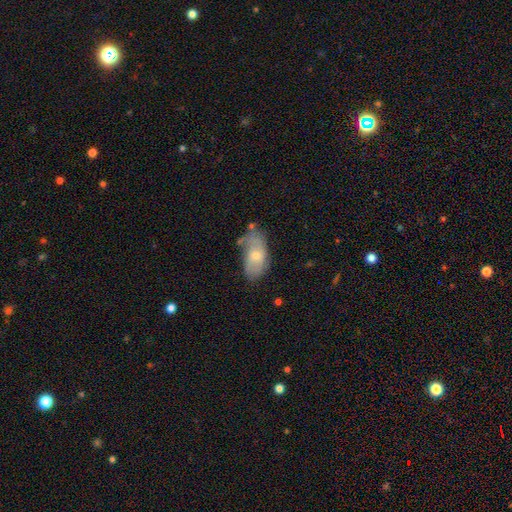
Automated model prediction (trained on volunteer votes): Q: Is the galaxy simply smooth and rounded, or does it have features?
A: smooth — 46%, tied with featured or disk.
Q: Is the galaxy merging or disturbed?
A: none — 44%.